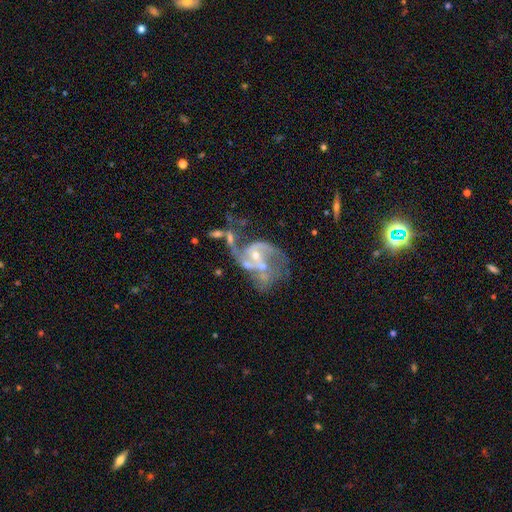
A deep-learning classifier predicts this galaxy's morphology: Smooth or featured?
  - featured or disk: 86% *
  - star or artifact: 8%
  - smooth: 6%
Edge-on disk?
  - no: 98% *
  - yes: 2%
Bar?
  - no: 54% *
  - weak: 35%
  - strong: 11%
Spiral arms?
  - yes: 91% *
  - no: 9%
Spiral winding?
  - loose: 45% *
  - medium: 43%
  - tight: 12%
Spiral arm count?
  - 2: 69% *
  - can't tell: 10%
  - 3: 9%
  - 1: 8%
  - 4: 2%
  - more than 4: 2%
Bulge size?
  - small: 59% *
  - moderate: 33%
  - none: 5%
  - large: 2%
  - dominant: 1%
Merging?
  - merger: 36% *
  - major disturbance: 28%
  - none: 23%
  - minor disturbance: 13%